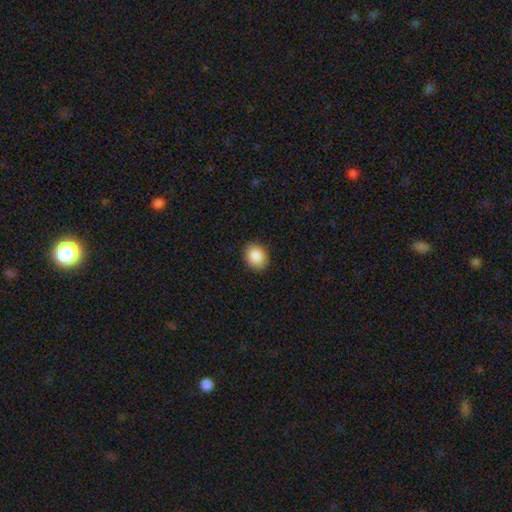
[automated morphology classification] Q: Smooth or featured?
A: smooth (88%); runner-up: star or artifact (8%)
Q: How rounded?
A: in between (52%); runner-up: round (47%)
Q: Merging?
A: none (89%); runner-up: minor disturbance (8%)